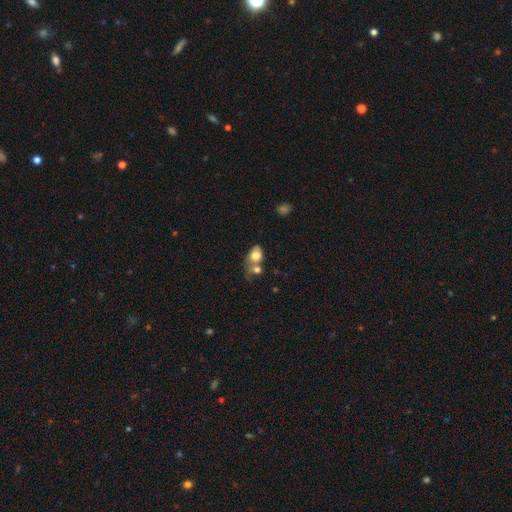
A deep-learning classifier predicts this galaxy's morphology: type=smooth (74%); roundness=in between (67%); merging=merger (52%).